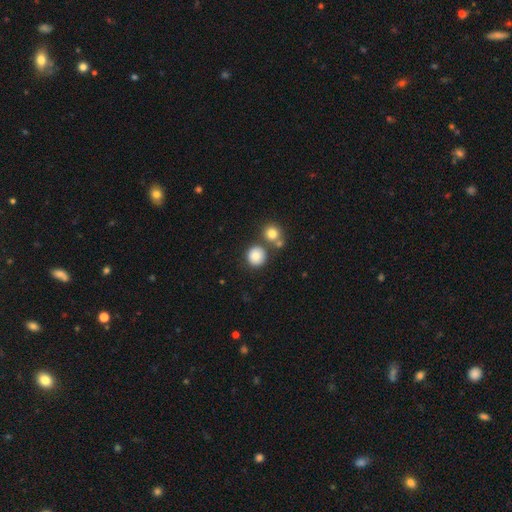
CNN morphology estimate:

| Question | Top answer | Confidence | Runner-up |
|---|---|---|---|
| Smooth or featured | smooth | 82% | star or artifact (10%) |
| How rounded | round | 91% | in between (8%) |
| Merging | none | 74% | merger (15%) |